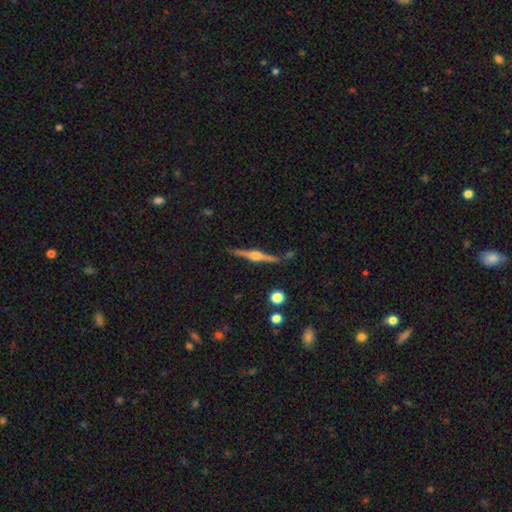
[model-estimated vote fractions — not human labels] Smooth or featured? featured or disk (83%)
Edge-on disk? yes (98%)
Edge-on bulge? rounded (92%)
Merging? none (85%)